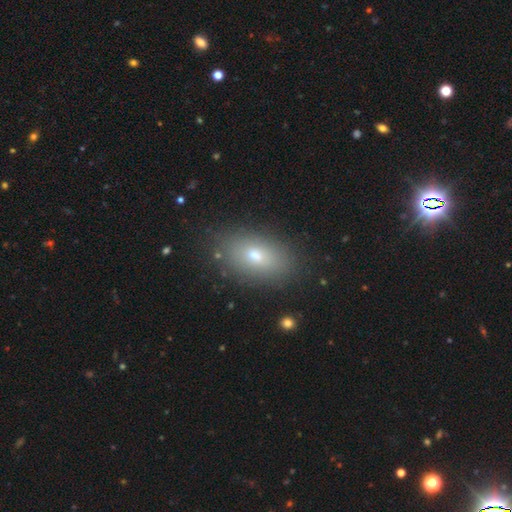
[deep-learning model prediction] The model was most divided on "smooth or featured": smooth: 72%, featured or disk: 16%, star or artifact: 12%. More confident: how rounded — in between (88%); merging — none (84%).